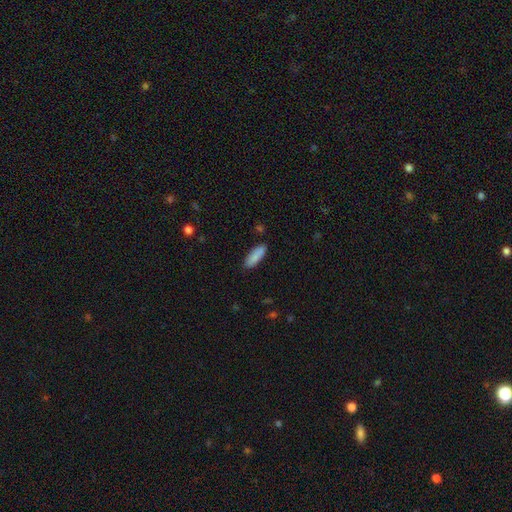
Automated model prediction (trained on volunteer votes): Morphology: type=smooth (88%); roundness=in between (58%); merging=none (87%).